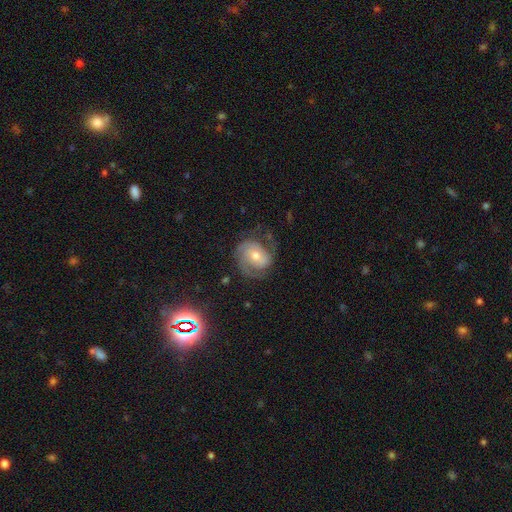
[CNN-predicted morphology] Smooth or featured?
  - featured or disk: 79% *
  - smooth: 15%
  - star or artifact: 6%
Edge-on disk?
  - no: 98% *
  - yes: 2%
Bar?
  - no: 48% *
  - weak: 40%
  - strong: 12%
Spiral arms?
  - yes: 94% *
  - no: 6%
Spiral winding?
  - tight: 44% *
  - medium: 41%
  - loose: 15%
Spiral arm count?
  - 2: 64% *
  - can't tell: 14%
  - 3: 12%
  - 1: 5%
  - 4: 3%
  - more than 4: 2%
Bulge size?
  - moderate: 61% *
  - small: 33%
  - large: 4%
  - none: 1%
  - dominant: 1%
Merging?
  - none: 63% *
  - minor disturbance: 20%
  - major disturbance: 15%
  - merger: 2%